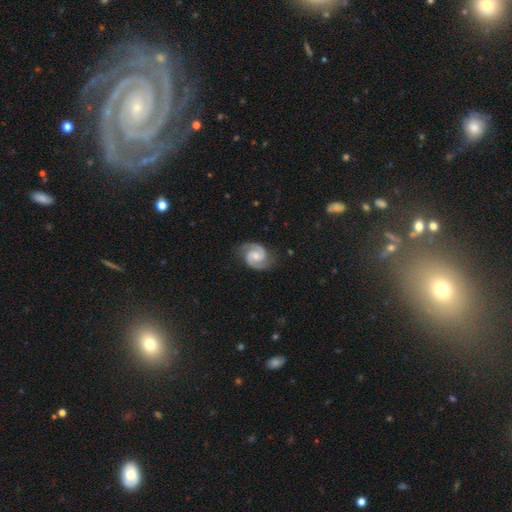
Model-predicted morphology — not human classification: smooth_or_featured: featured or disk (p=0.91) [alt: smooth p=0.05]
disk_edge_on: no (p=0.98) [alt: yes p=0.02]
bar: no (p=0.47) [alt: weak p=0.43]
has_spiral_arms: yes (p=0.98) [alt: no p=0.02]
spiral_winding: medium (p=0.55) [alt: tight p=0.35]
spiral_arm_count: 2 (p=0.94) [alt: can't tell p=0.02]
bulge_size: moderate (p=0.41) [alt: small p=0.37]
merging: none (p=0.83) [alt: minor disturbance p=0.13]